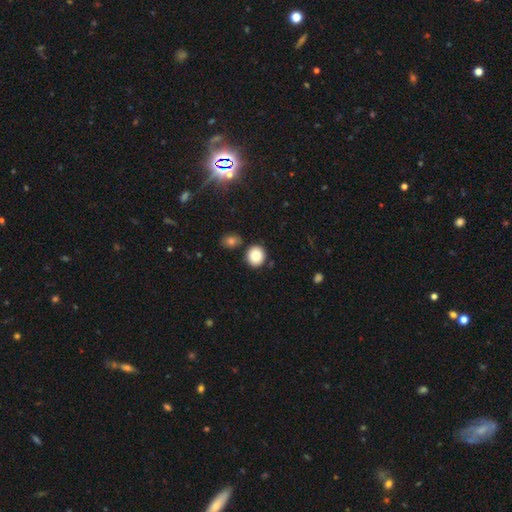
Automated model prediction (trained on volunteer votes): This appears to be a smooth galaxy with no disk features (82%) that is round (81%). Merging: none (82%).